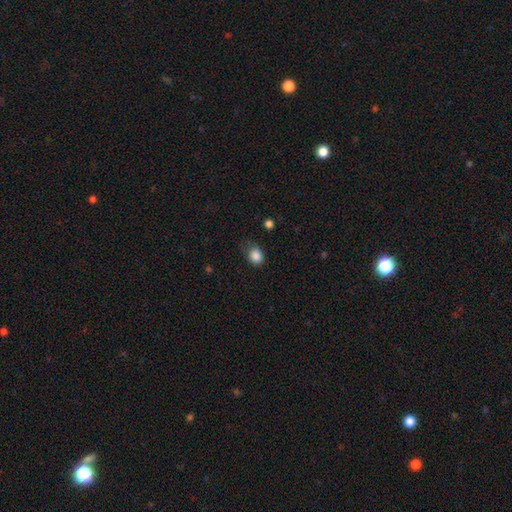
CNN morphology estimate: This appears to be a smooth galaxy with no disk features (86%) that is round (51%). Merging: none (59%).